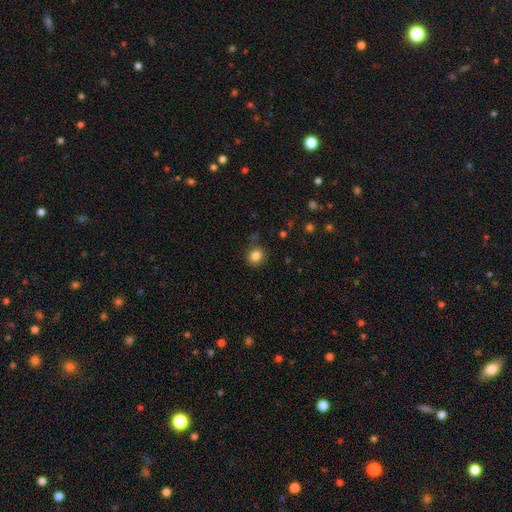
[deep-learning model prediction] Smooth or featured? Predicted: smooth (p=0.84). How rounded? Predicted: round (p=0.85). Merging? Predicted: none (p=0.86).